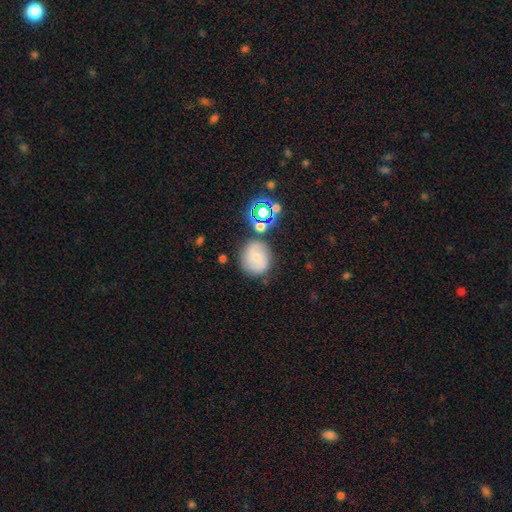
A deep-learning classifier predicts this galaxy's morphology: smooth-or-featured: smooth: 52% | featured or disk: 35% | star or artifact: 13%
  how-rounded: round: 83% | in between: 16% | cigar-shaped: 1%
  merging: none: 74% | minor disturbance: 13% | merger: 9% | major disturbance: 4%